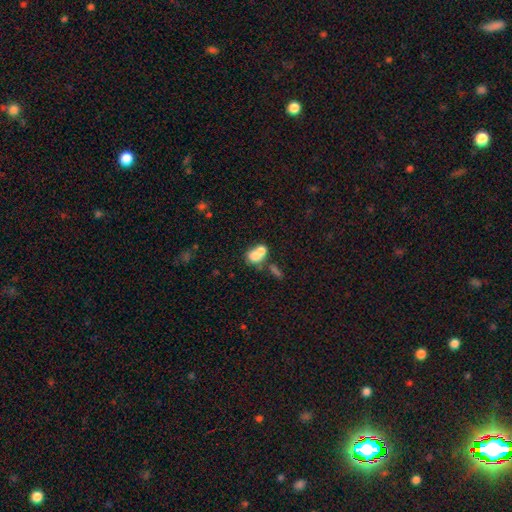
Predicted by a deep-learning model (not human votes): smooth 69%, featured or disk 21%, star or artifact 10%. Down the decision tree: how rounded — in between (51%); merging — merger (67%).